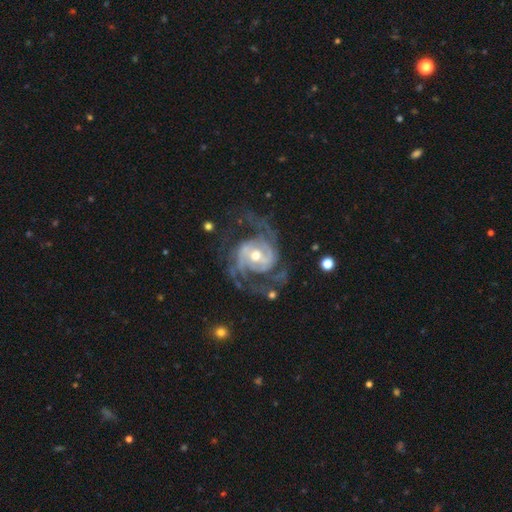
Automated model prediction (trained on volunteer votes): smooth-or-featured: featured or disk: 92% | star or artifact: 4% | smooth: 4%
  disk-edge-on: no: 98% | yes: 2%
    bar: no: 42% | weak: 39% | strong: 19%
    has-spiral-arms: yes: 97% | no: 3%
      spiral-winding: medium: 51% | tight: 31% | loose: 18%
      spiral-arm-count: 2: 59% | 3: 19% | can't tell: 9% | 4: 5% | 1: 4% | more than 4: 4%
    bulge-size: moderate: 69% | small: 21% | large: 8% | none: 1% | dominant: 1%
  merging: none: 61% | major disturbance: 20% | minor disturbance: 17% | merger: 2%